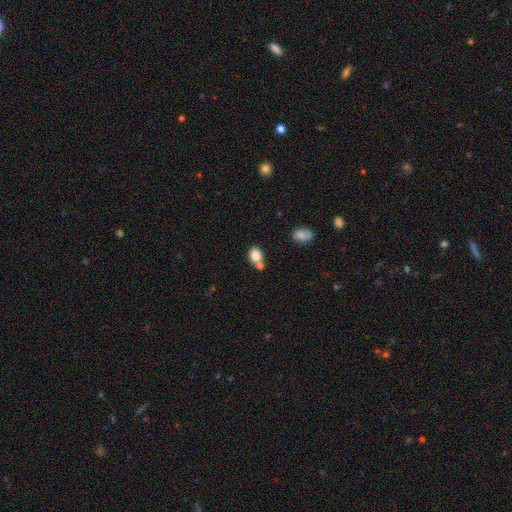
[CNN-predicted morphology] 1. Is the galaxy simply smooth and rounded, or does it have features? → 83% smooth, 10% star or artifact, 7% featured or disk.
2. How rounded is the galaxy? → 59% in between, 40% round, 1% cigar-shaped.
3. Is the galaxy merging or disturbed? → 55% none, 27% merger, 13% minor disturbance, 4% major disturbance.